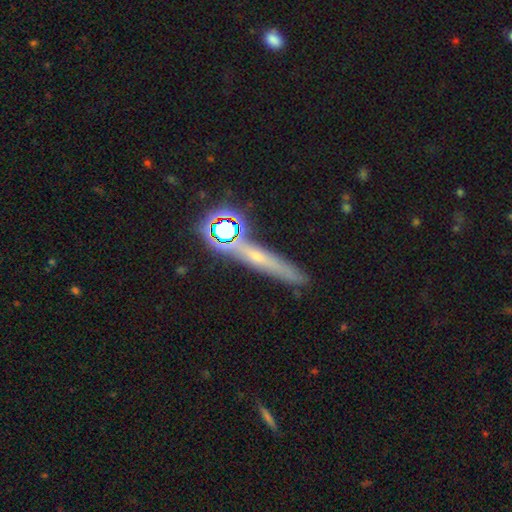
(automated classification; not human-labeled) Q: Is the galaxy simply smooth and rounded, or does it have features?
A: smooth — 36%.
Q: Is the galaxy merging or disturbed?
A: none — 77%.